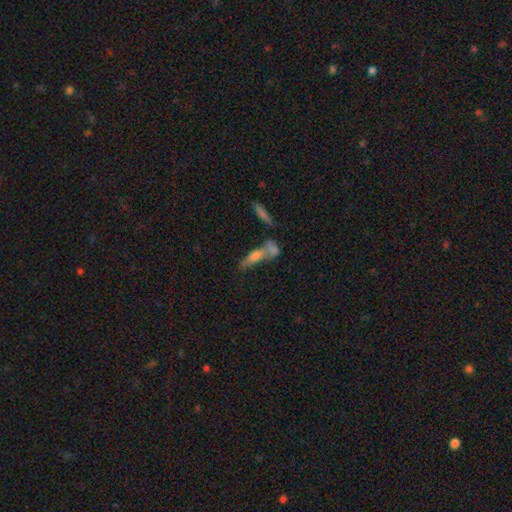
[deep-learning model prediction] The model was most divided on "merging": merger: 49%, none: 33%, minor disturbance: 10%, major disturbance: 7%. More confident: how rounded — cigar-shaped (56%); smooth or featured — smooth (56%).